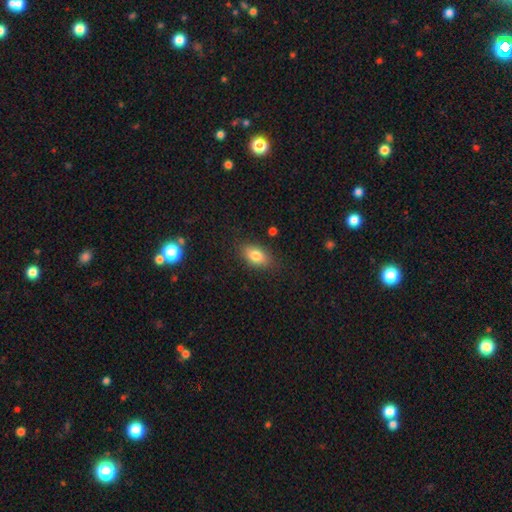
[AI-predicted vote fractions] Smooth or featured: smooth — 81% (featured or disk — 11%)
How rounded: in between — 86% (round — 10%)
Merging: none — 83% (minor disturbance — 12%)